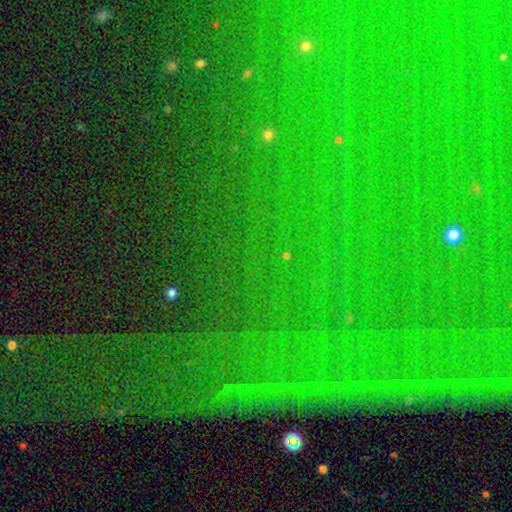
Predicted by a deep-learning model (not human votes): Smooth or featured?
  - star or artifact: 85% *
  - smooth: 8%
  - featured or disk: 7%